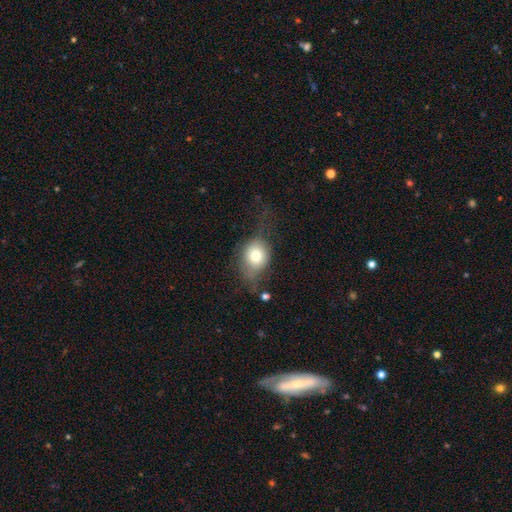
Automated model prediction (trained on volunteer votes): Smooth or featured?
  - smooth: 70% *
  - featured or disk: 20%
  - star or artifact: 10%
How rounded?
  - round: 59% *
  - in between: 40%
  - cigar-shaped: 2%
Merging?
  - none: 40% *
  - minor disturbance: 30%
  - major disturbance: 27%
  - merger: 3%